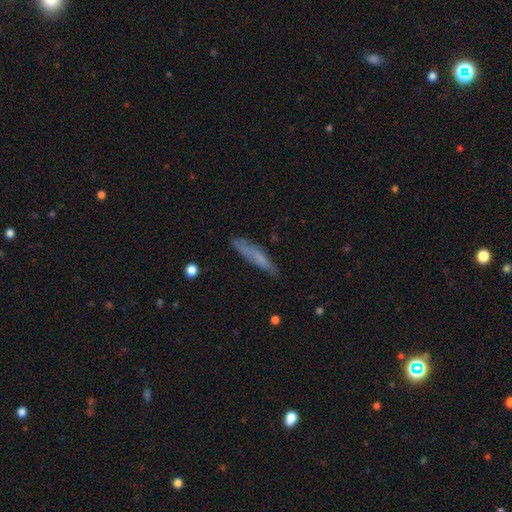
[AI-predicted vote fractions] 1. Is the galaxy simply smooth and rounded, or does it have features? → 61% smooth, 30% featured or disk, 9% star or artifact.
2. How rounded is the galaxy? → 86% cigar-shaped, 12% in between, 2% round.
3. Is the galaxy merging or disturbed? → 71% none, 21% minor disturbance, 6% major disturbance, 2% merger.